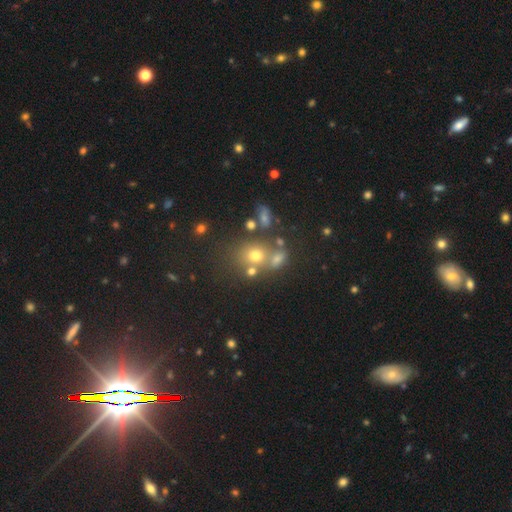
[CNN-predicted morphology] Overall: smooth (56%; star or artifact 28%). How rounded: round (70%). Merging: none (53%; merger 30%).